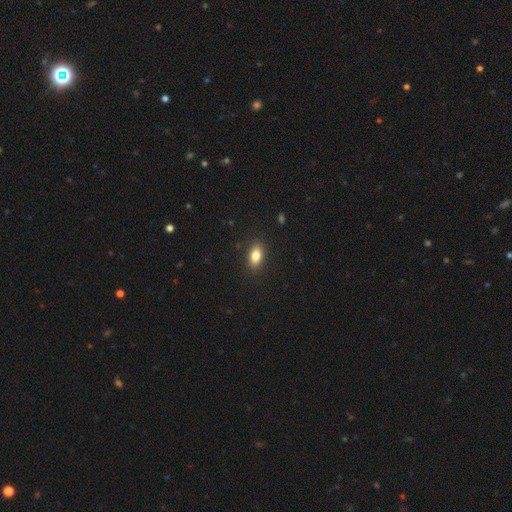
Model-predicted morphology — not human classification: A smooth galaxy with no disk features (83%) that is in between round and cigar-shaped (87%).

Vote fractions:
- Smooth or featured? smooth: 83% / featured or disk: 9% / star or artifact: 8%
- How rounded? in between: 87% / cigar-shaped: 7% / round: 6%
- Merging? none: 88% / minor disturbance: 9% / major disturbance: 2% / merger: 1%